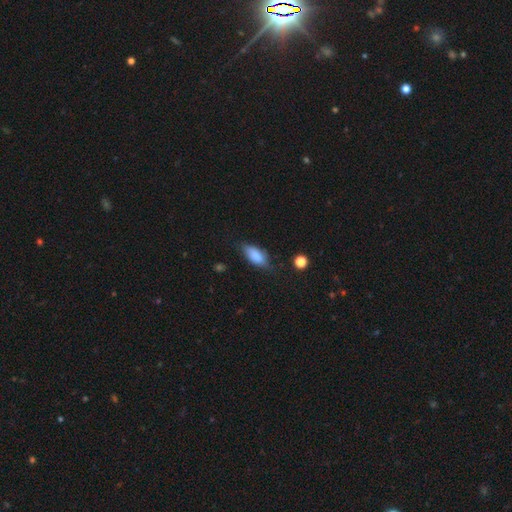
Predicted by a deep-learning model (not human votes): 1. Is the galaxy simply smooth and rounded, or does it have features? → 80% smooth, 13% featured or disk, 7% star or artifact.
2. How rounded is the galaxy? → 82% in between, 15% cigar-shaped, 3% round.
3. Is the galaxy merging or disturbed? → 64% none, 28% minor disturbance, 6% major disturbance, 2% merger.